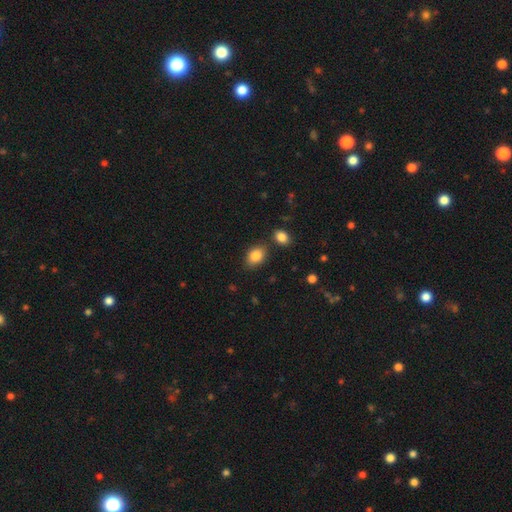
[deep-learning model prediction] smooth 85%, star or artifact 8%, featured or disk 7%. Down the decision tree: how rounded — in between (76%); merging — none (78%).